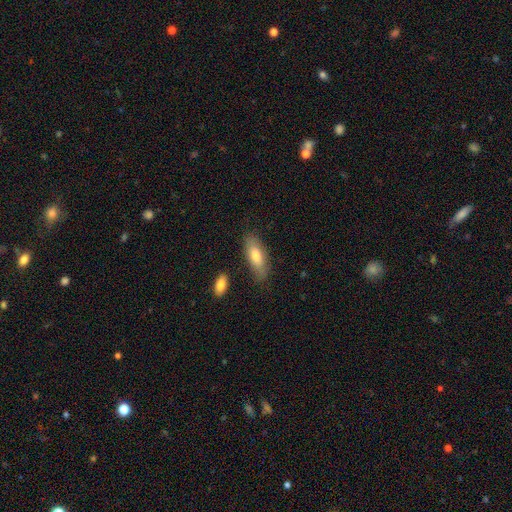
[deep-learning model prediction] Smooth or featured: smooth — 74% (featured or disk — 20%)
How rounded: in between — 69% (cigar-shaped — 29%)
Merging: none — 78% (minor disturbance — 16%)